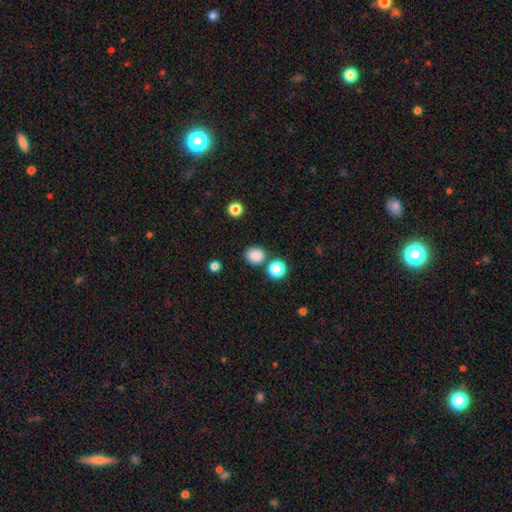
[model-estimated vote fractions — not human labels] A smooth galaxy with no disk features (85%) that is round (73%). Merging: none (77%).